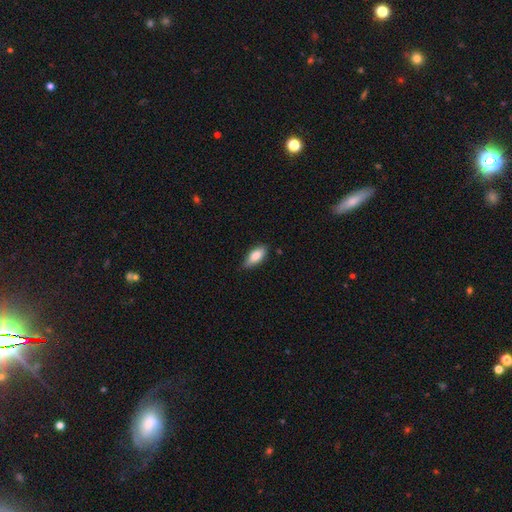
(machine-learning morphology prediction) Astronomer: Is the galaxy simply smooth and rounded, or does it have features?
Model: smooth — 80%.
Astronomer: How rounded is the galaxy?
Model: in between — 81%.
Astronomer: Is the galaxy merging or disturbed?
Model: none — 78%.